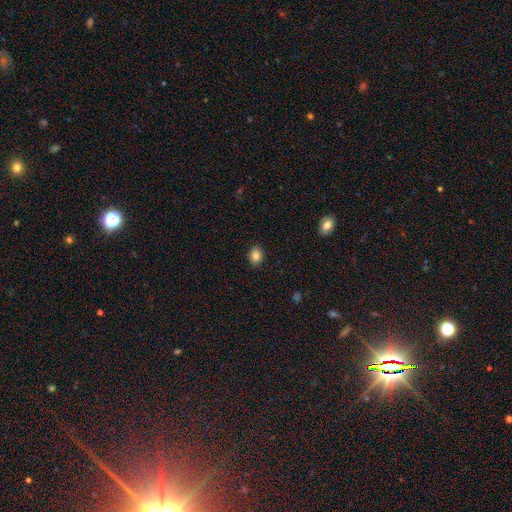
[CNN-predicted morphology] Q: Smooth or featured?
A: smooth (85%); runner-up: star or artifact (10%)
Q: How rounded?
A: in between (59%); runner-up: round (40%)
Q: Merging?
A: none (90%); runner-up: minor disturbance (8%)